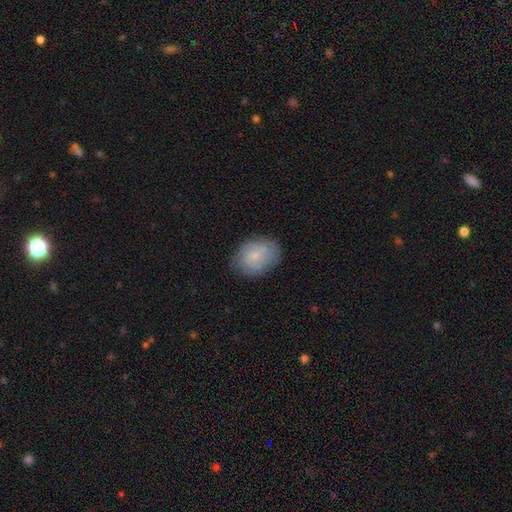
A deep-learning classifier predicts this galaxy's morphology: Q: Smooth or featured?
A: smooth (73%); runner-up: featured or disk (20%)
Q: How rounded?
A: in between (70%); runner-up: round (29%)
Q: Merging?
A: none (75%); runner-up: minor disturbance (19%)